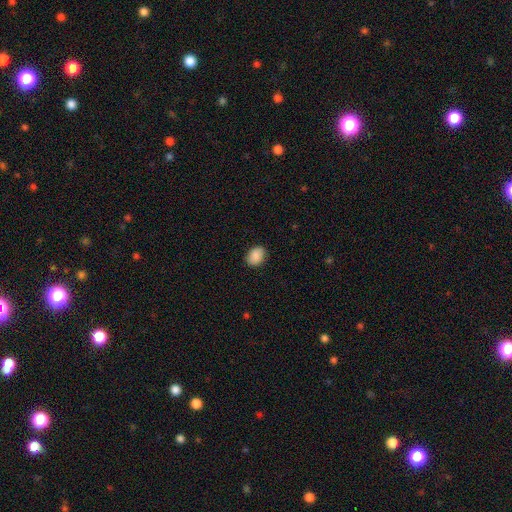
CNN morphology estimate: smooth_or_featured: smooth (p=0.89) [alt: star or artifact p=0.07]
how_rounded: in between (p=0.67) [alt: round p=0.32]
merging: none (p=0.87) [alt: minor disturbance p=0.10]